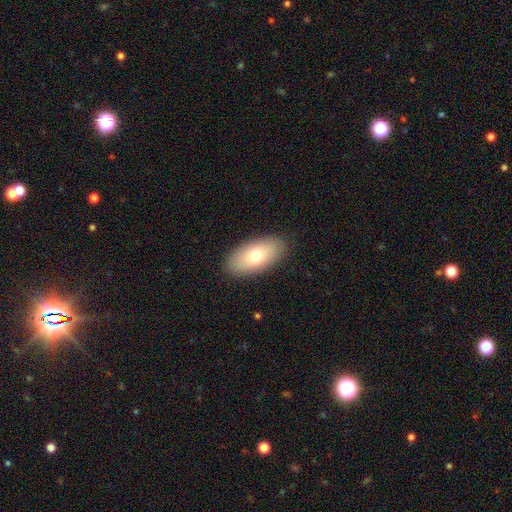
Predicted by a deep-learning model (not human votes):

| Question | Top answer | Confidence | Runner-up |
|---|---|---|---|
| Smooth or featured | smooth | 73% | featured or disk (20%) |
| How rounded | in between | 93% | cigar-shaped (4%) |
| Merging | none | 88% | minor disturbance (9%) |